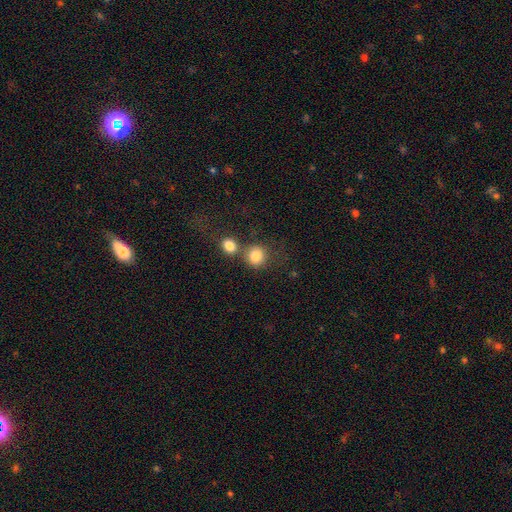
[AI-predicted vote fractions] Morphology: type=smooth (82%); roundness=round (86%); merging=none (54%).